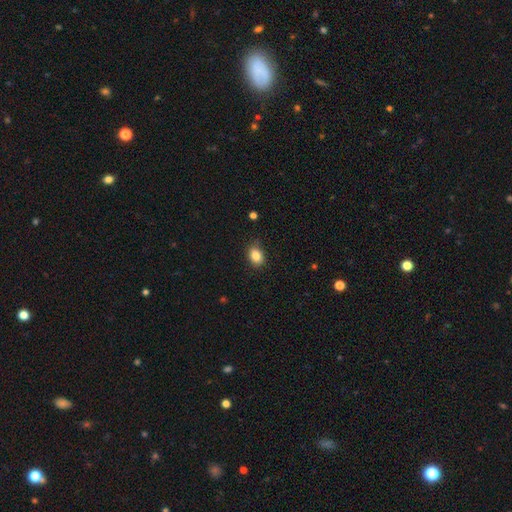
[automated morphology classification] Overall: smooth (85%). How rounded: in between (64%; round 35%). Merging: none (82%).